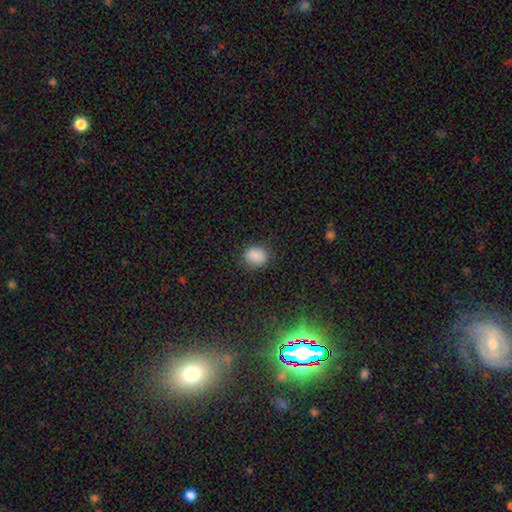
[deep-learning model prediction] smooth 86%, star or artifact 10%, featured or disk 4%. Down the decision tree: how rounded — round (53%); merging — none (83%).